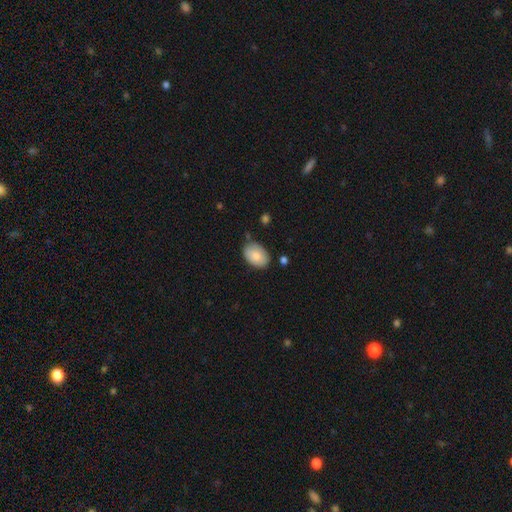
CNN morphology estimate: This is clearly a smooth galaxy (84%). How rounded: clearly in between (88%). Merging: likely none (79%).